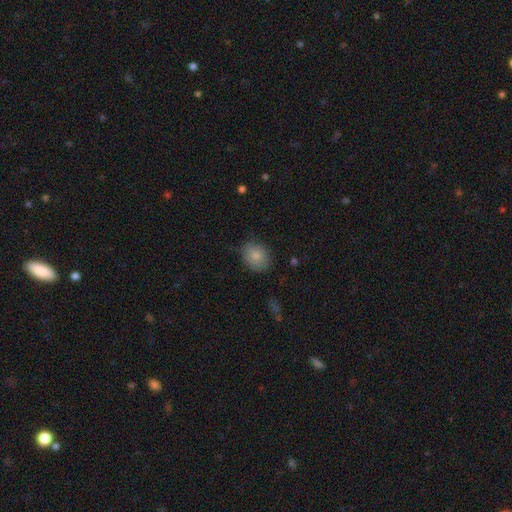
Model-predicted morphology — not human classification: This is clearly a smooth galaxy (84%). How rounded: possibly round (57%). Merging: likely none (75%).